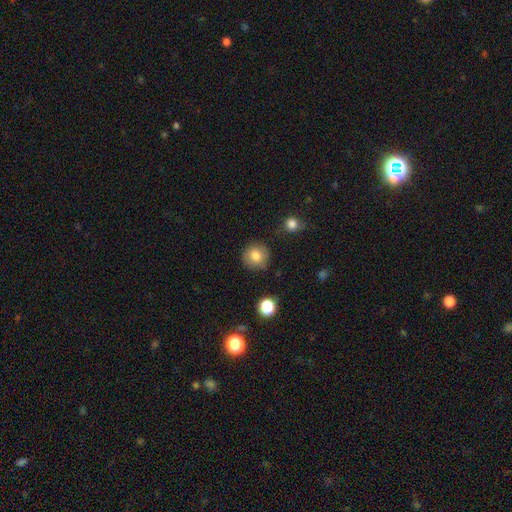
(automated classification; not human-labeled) The model was most divided on "smooth or featured": smooth: 80%, star or artifact: 10%, featured or disk: 9%. More confident: how rounded — round (91%); merging — none (84%).